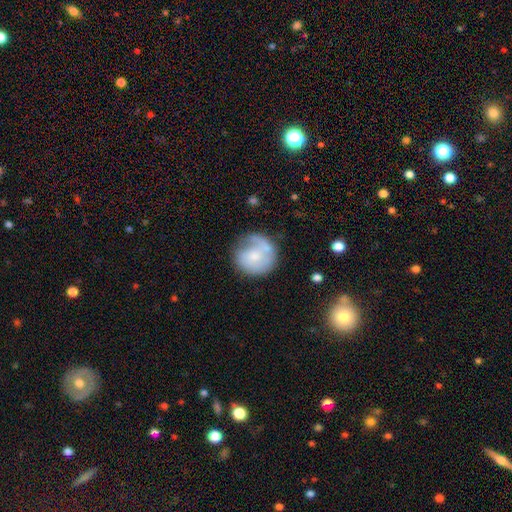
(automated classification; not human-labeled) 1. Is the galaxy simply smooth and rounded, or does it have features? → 49% featured or disk, 44% smooth, 7% star or artifact.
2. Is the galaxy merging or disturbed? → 57% none, 21% minor disturbance, 15% major disturbance, 7% merger.